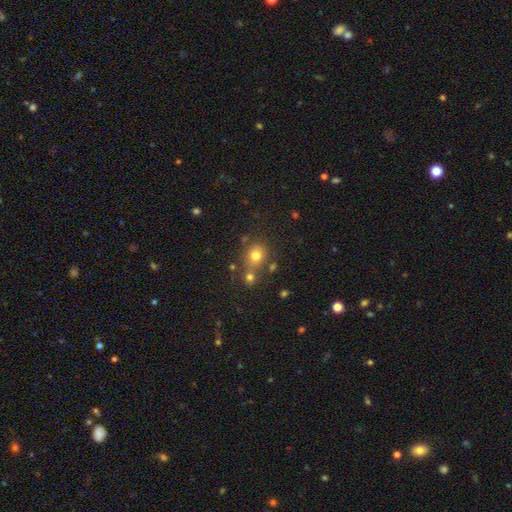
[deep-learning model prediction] Q: Smooth or featured?
A: smooth (75%); runner-up: star or artifact (16%)
Q: How rounded?
A: round (74%); runner-up: in between (25%)
Q: Merging?
A: none (63%); runner-up: merger (22%)